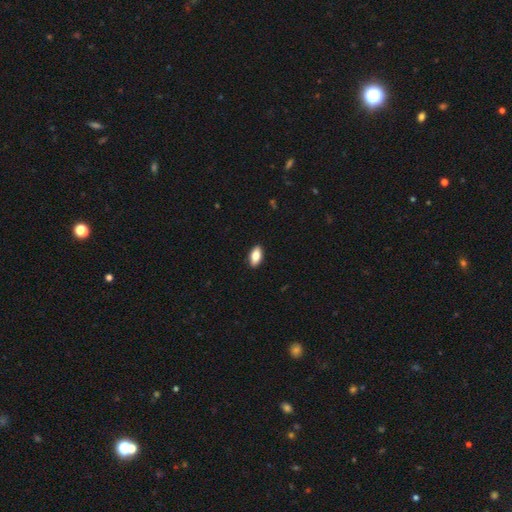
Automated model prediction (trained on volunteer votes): Morphology: type=smooth (82%); roundness=in between (89%); merging=none (90%).